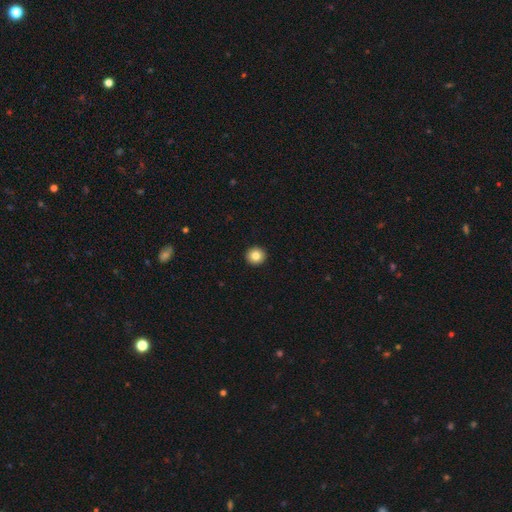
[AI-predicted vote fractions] This is clearly a smooth galaxy (83%). How rounded: clearly round (92%). Merging: clearly none (94%).